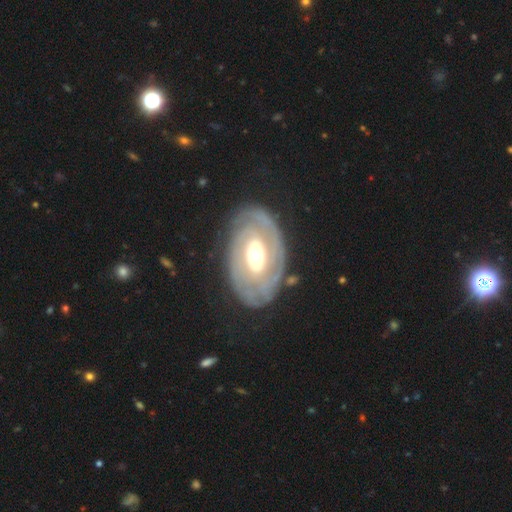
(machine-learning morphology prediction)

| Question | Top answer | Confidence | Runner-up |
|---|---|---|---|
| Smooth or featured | featured or disk | 82% | smooth (14%) |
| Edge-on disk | no | 95% | yes (5%) |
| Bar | weak | 39% | tied: no (39%) |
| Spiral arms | yes | 82% | no (18%) |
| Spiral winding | tight | 73% | medium (20%) |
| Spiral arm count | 2 | 42% | can't tell (34%) |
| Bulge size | moderate | 69% | large (16%) |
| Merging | none | 76% | minor disturbance (16%) |